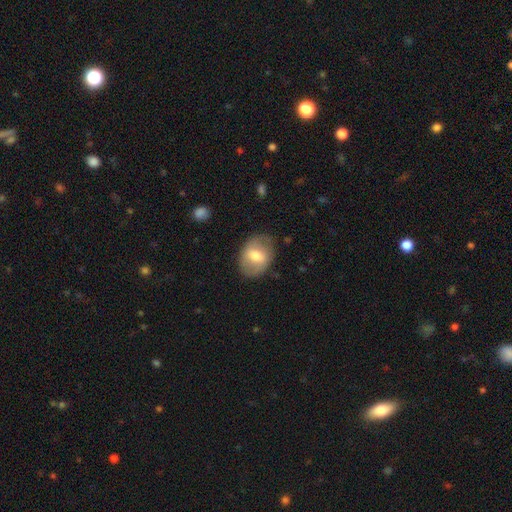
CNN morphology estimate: smooth 56%, featured or disk 38%, star or artifact 6%. Down the decision tree: how rounded — in between (68%); merging — none (76%).